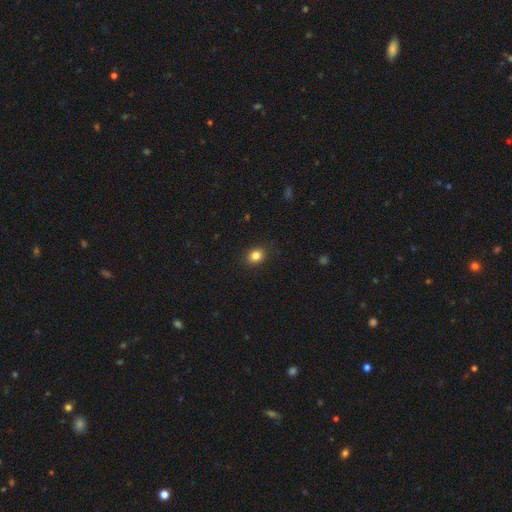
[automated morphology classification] This is clearly a smooth galaxy (84%). How rounded: possibly round (57%). Merging: clearly none (89%).